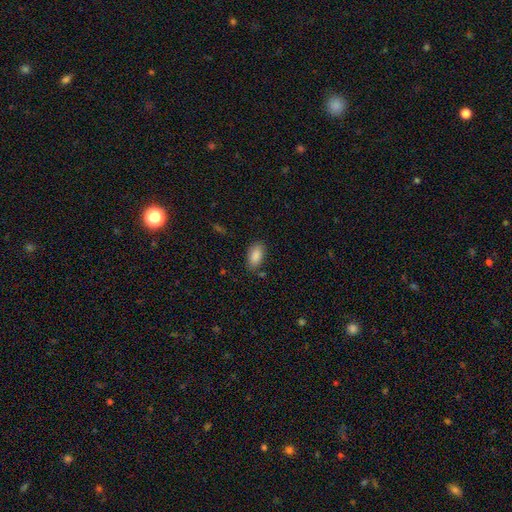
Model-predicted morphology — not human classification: This appears to be a smooth galaxy with no disk features (88%) that is in between round and cigar-shaped (93%). Merging: none (81%).